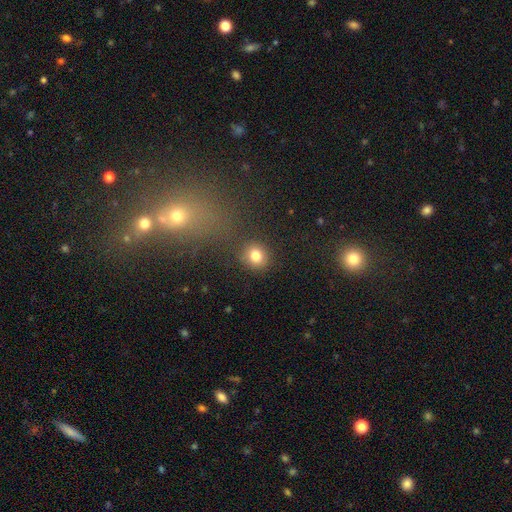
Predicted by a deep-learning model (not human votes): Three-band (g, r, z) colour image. It shows a smooth galaxy with no disk features (81%) that is round (85%). Merging: none (85%).